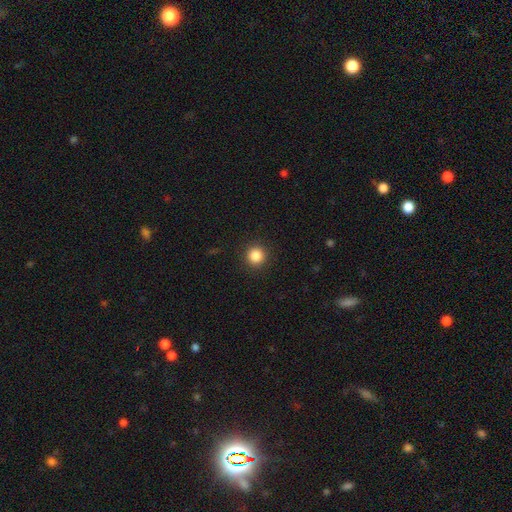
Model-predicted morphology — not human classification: Smooth or featured: smooth — 86% (star or artifact — 11%)
How rounded: round — 95% (in between — 4%)
Merging: none — 92% (minor disturbance — 5%)